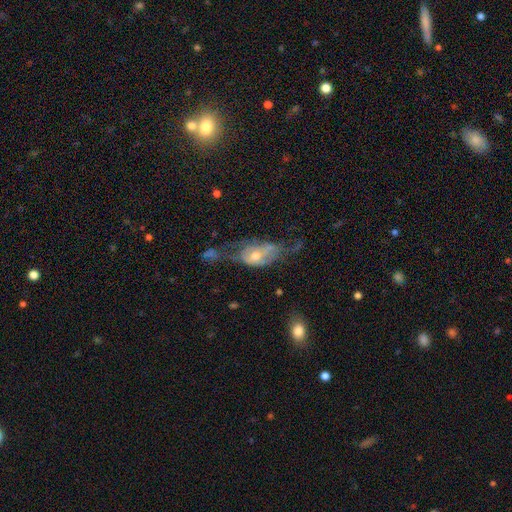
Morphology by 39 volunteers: Smooth or featured? 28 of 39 (72%) said featured or disk. Edge-on disk? 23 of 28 (82%) said no. Bar? 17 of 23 (74%) said no. Spiral arms? 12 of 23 (52%) said no. Bulge size? 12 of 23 (52%) said moderate. Merging? 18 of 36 (50%) said major disturbance.